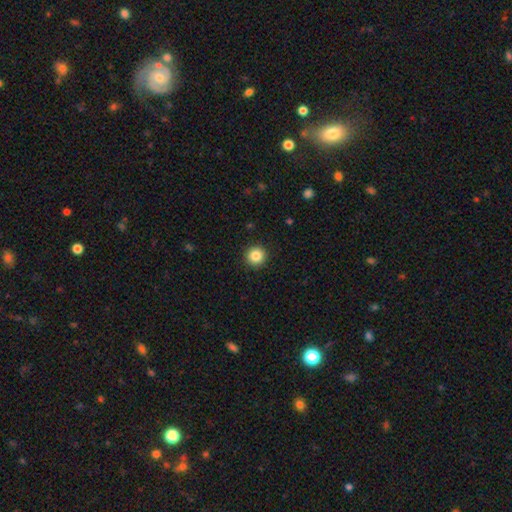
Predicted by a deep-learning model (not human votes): smooth_or_featured: smooth (p=0.86) [alt: star or artifact p=0.10]
how_rounded: round (p=0.95) [alt: in between p=0.04]
merging: none (p=0.92) [alt: minor disturbance p=0.05]